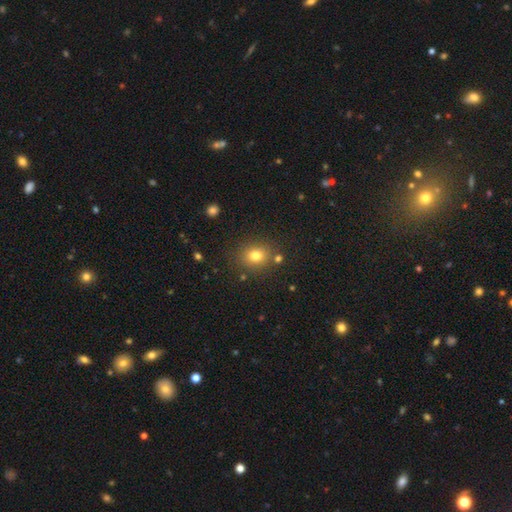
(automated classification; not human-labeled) Overall: smooth (77%). How rounded: round (69%; in between 30%). Merging: none (81%).